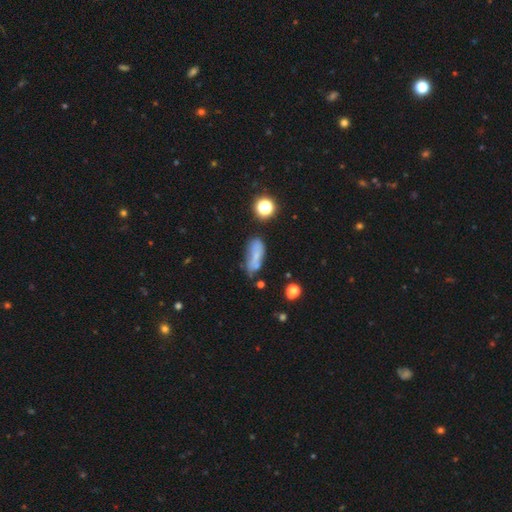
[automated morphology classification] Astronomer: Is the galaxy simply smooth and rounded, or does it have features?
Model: smooth — 61%.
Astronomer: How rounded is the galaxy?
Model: in between — 69%.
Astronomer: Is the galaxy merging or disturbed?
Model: none — 44% (runner-up: minor disturbance, 28%).